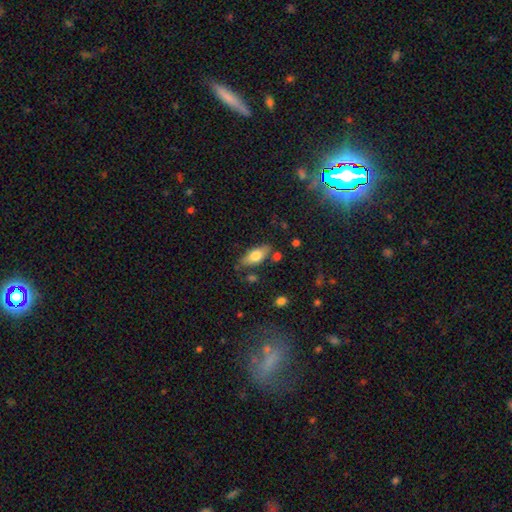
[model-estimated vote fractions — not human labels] Smooth or featured? smooth (69%)
How rounded? in between (81%)
Merging? none (75%)